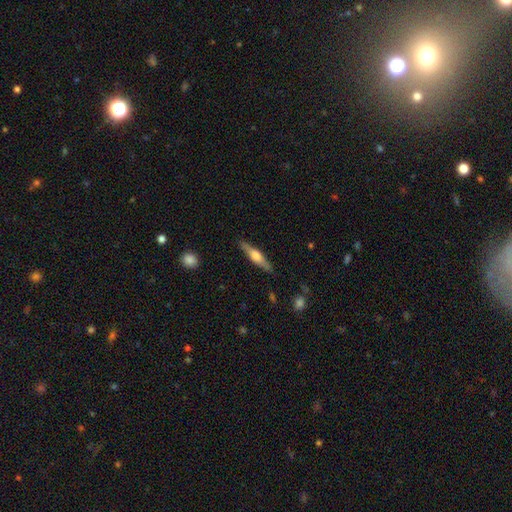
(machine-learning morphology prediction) Q: Smooth or featured?
A: featured or disk (56%); runner-up: smooth (39%)
Q: Edge-on disk?
A: yes (95%); runner-up: no (5%)
Q: Edge-on bulge?
A: rounded (88%); runner-up: boxy (8%)
Q: Merging?
A: none (87%); runner-up: minor disturbance (9%)